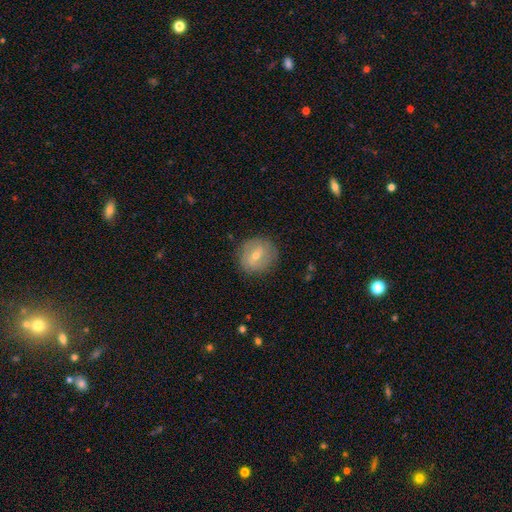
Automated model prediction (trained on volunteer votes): This is possibly a smooth galaxy (46%). Merging: clearly none (83%).